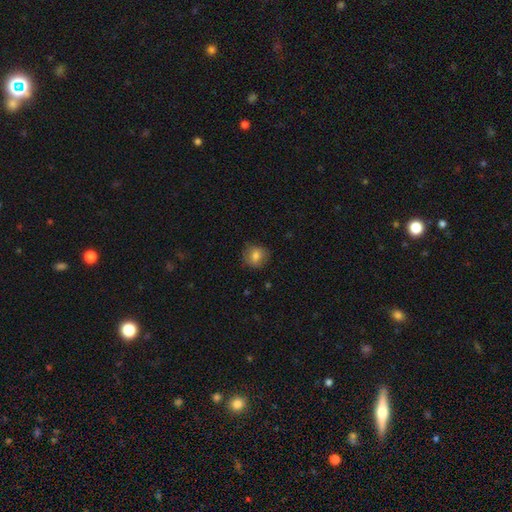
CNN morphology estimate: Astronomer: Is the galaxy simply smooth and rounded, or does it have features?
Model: smooth — 77%.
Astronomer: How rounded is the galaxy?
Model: round — 79%.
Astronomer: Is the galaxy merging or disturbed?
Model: none — 79%.